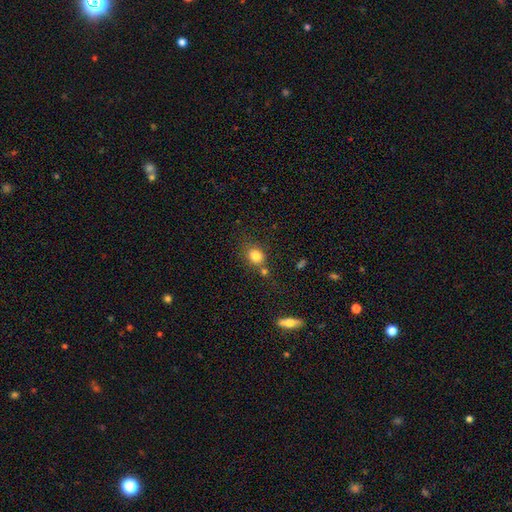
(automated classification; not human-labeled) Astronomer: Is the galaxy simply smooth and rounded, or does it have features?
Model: smooth — 81%.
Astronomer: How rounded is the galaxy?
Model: round — 63%.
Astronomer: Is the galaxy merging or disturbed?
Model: none — 67%.